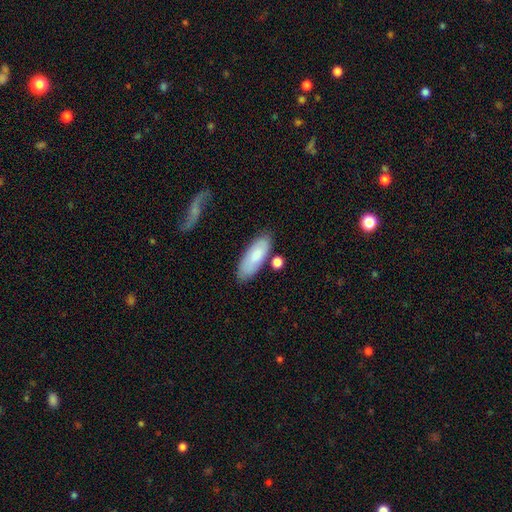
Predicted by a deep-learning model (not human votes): Morphology: type=smooth (79%); roundness=in between (74%); merging=none (74%).